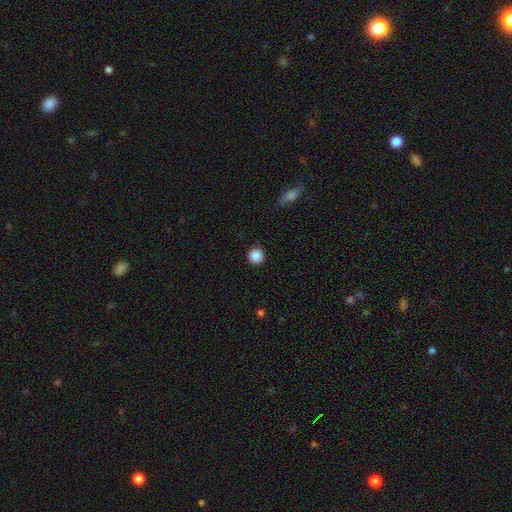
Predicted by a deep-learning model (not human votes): Smooth or featured?
  - smooth: 87% *
  - star or artifact: 10%
  - featured or disk: 3%
How rounded?
  - round: 95% *
  - in between: 4%
  - cigar-shaped: 1%
Merging?
  - none: 92% *
  - minor disturbance: 5%
  - major disturbance: 2%
  - merger: 1%